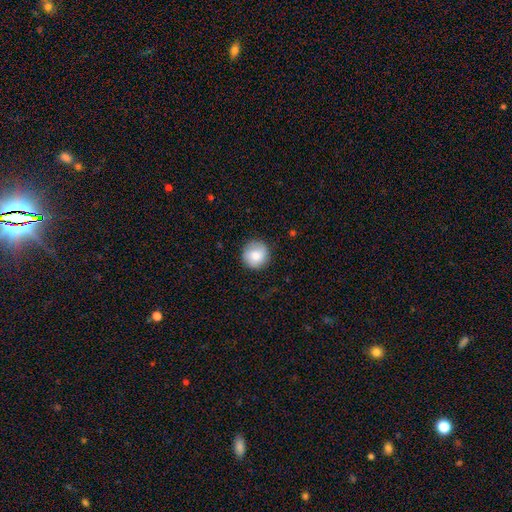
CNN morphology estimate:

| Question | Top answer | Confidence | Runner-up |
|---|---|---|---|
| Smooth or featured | smooth | 79% | featured or disk (14%) |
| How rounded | round | 94% | in between (5%) |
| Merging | none | 86% | minor disturbance (10%) |